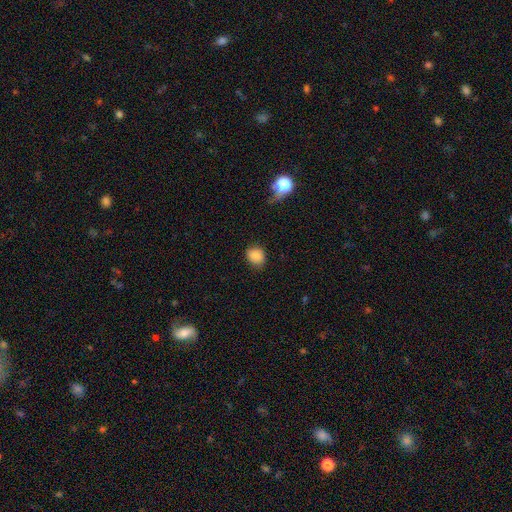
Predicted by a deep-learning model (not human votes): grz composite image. It shows a smooth galaxy with no disk features (84%) that is round (67%). Merging: none (78%).